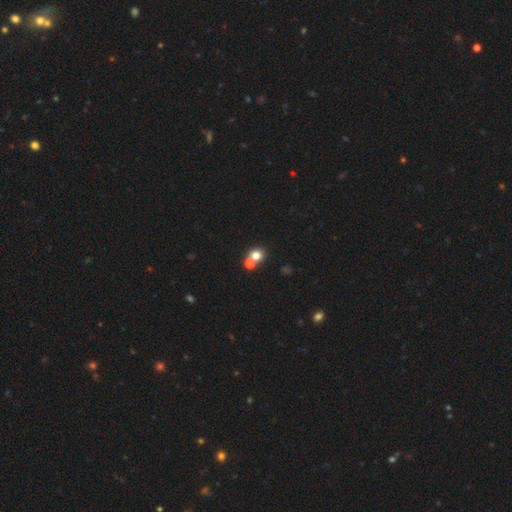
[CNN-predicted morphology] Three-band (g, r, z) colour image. It shows a smooth galaxy with no disk features (75%) that is round (80%). Merging: none (50%).